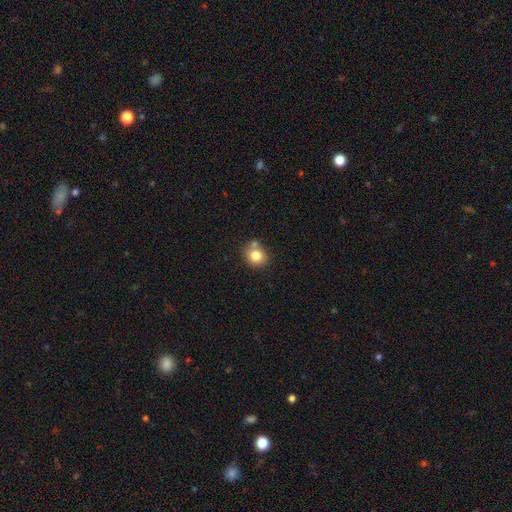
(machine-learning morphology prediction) This is clearly a smooth galaxy (81%). How rounded: likely round (77%). Merging: likely none (65%).